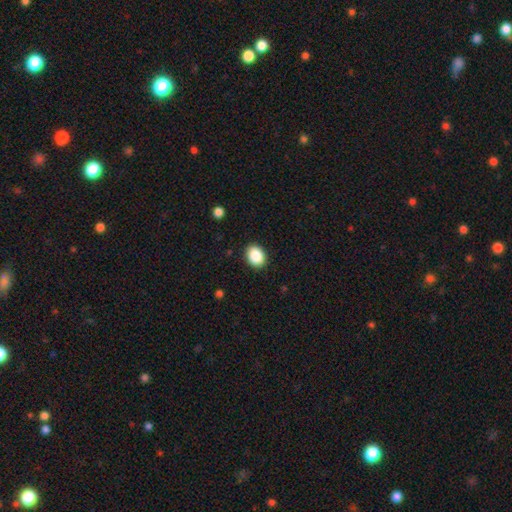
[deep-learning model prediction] Smooth or featured?
  - smooth: 88% *
  - star or artifact: 8%
  - featured or disk: 4%
How rounded?
  - in between: 59% *
  - round: 40%
  - cigar-shaped: 1%
Merging?
  - none: 90% *
  - minor disturbance: 7%
  - major disturbance: 2%
  - merger: 1%